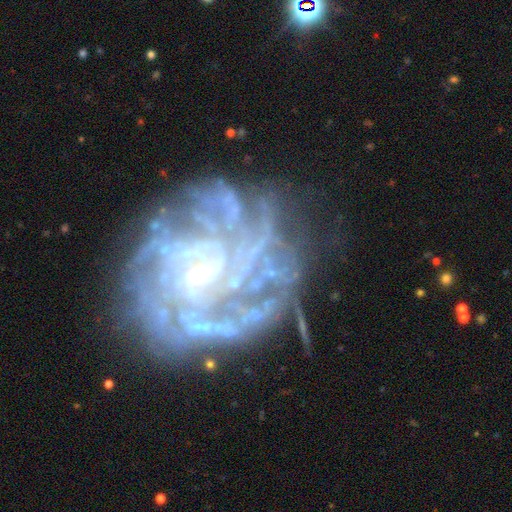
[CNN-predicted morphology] type=featured or disk (84%); edge-on=no (98%); bar=weak (50%); spiral arms=yes (88%); winding=tight (64%); arm count=can't tell (38%); bulge=small (52%); merging=none (66%).